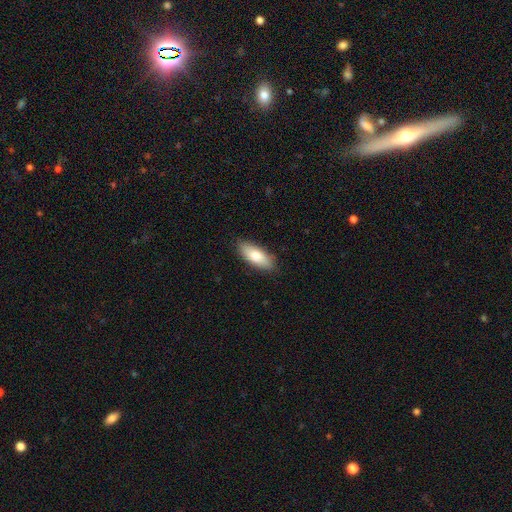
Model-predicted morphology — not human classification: This appears to be a smooth galaxy with no disk features (78%) that is in between round and cigar-shaped (80%). Merging: none (87%).